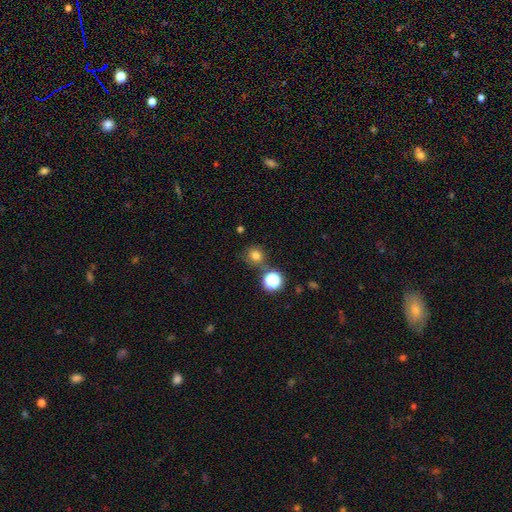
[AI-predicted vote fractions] A smooth galaxy with no disk features (75%) that is round (86%). Merging: none (73%).